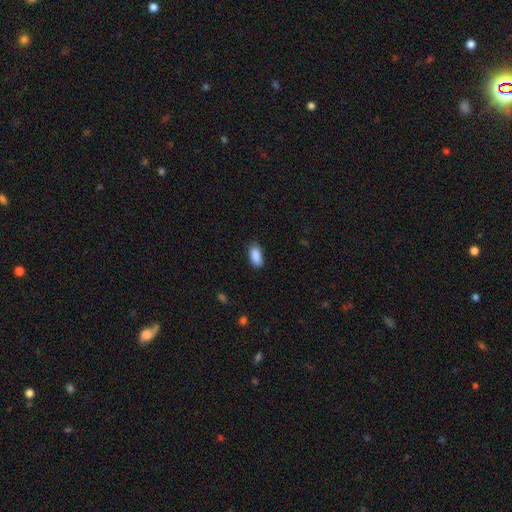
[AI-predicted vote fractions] Overall: smooth (89%). How rounded: in between (92%). Merging: none (82%).